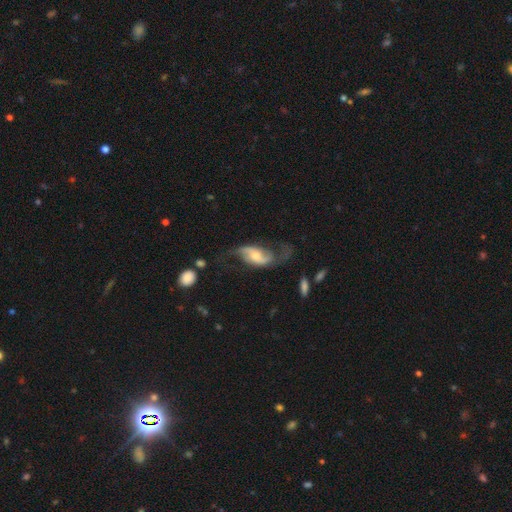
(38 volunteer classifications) Smooth or featured: featured or disk — 76% (smooth — 16%)
Edge-on disk: no — 97% (yes — 3%)
Bar: weak — 43% (no — 32%)
Spiral arms: yes — 93% (no — 7%)
Spiral winding: loose — 58% (medium — 31%)
Spiral arm count: 2 — 77% (1 — 8%)
Bulge size: moderate — 46% (small — 43%)
Merging: none — 57% (major disturbance — 34%)